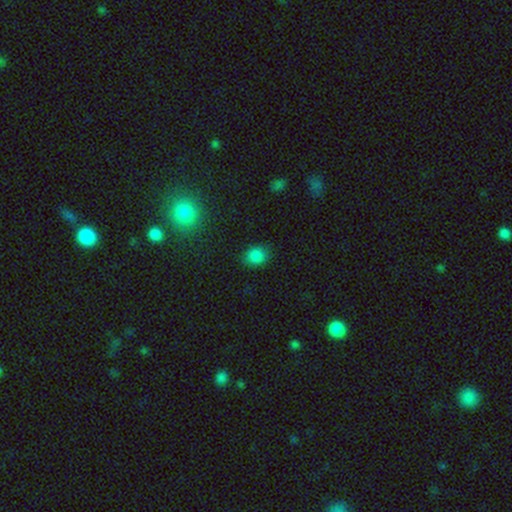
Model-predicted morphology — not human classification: type=smooth (83%); roundness=round (63%); merging=none (83%).